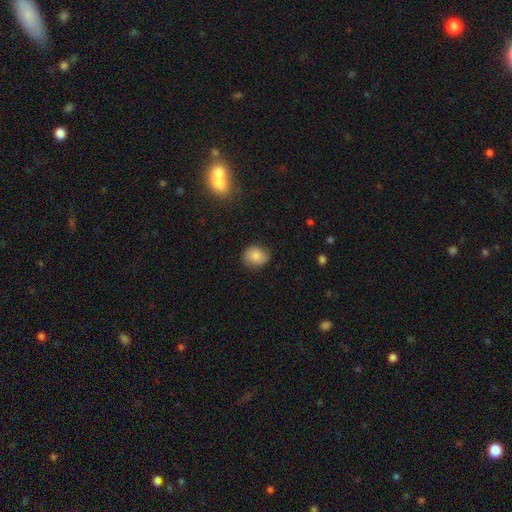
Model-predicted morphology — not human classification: The model was most divided on "how rounded": round: 55%, in between: 44%, cigar-shaped: 1%. More confident: smooth or featured — smooth (82%); merging — none (74%).